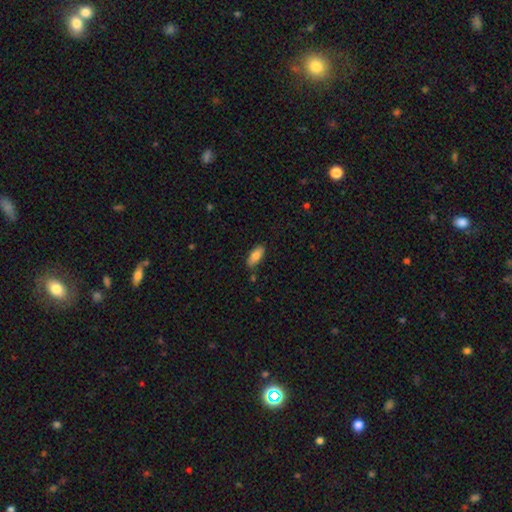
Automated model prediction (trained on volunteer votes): This appears to be a smooth galaxy with no disk features (81%) that is in between round and cigar-shaped (83%). Merging: none (83%).